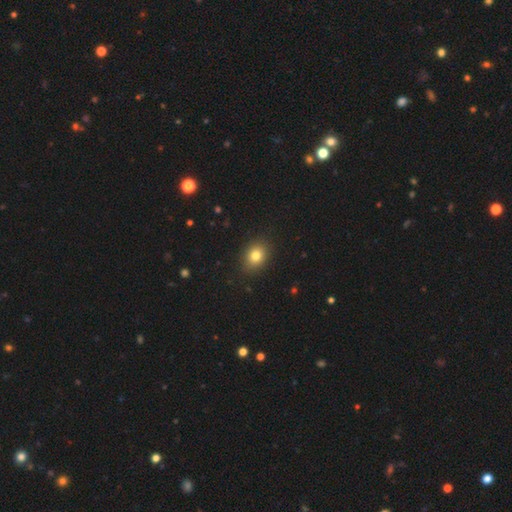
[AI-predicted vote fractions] This is clearly a smooth galaxy (80%). How rounded: possibly in between (57%). Merging: clearly none (88%).